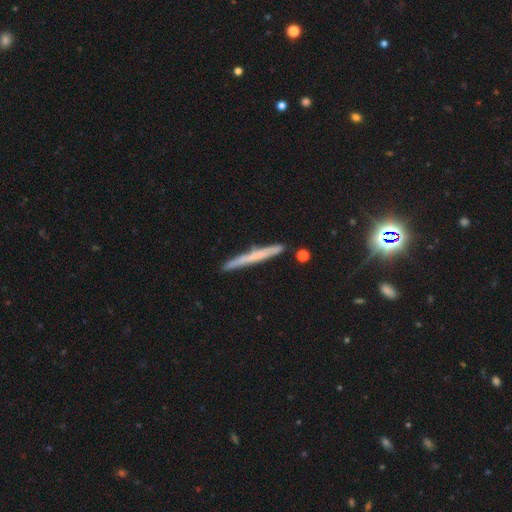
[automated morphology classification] Smooth or featured? smooth (48%)
Merging? none (86%)